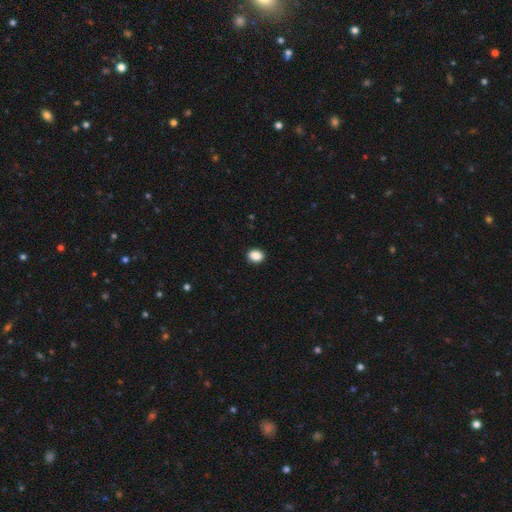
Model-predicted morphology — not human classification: Overall: smooth (89%). How rounded: in between (57%; round 42%). Merging: none (90%).